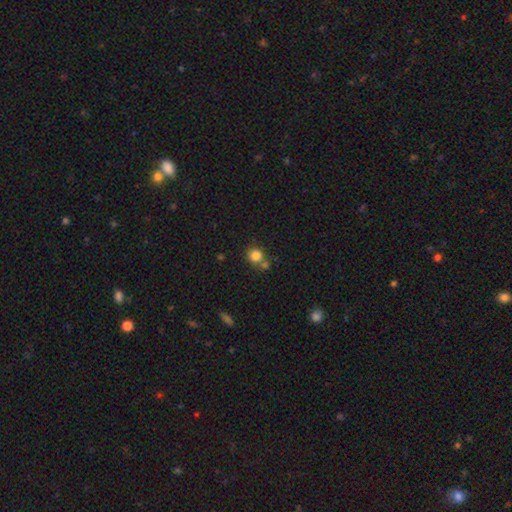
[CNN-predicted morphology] smooth-or-featured: smooth: 82% | star or artifact: 12% | featured or disk: 6%
  how-rounded: round: 87% | in between: 12% | cigar-shaped: 1%
  merging: none: 61% | merger: 25% | minor disturbance: 10% | major disturbance: 4%